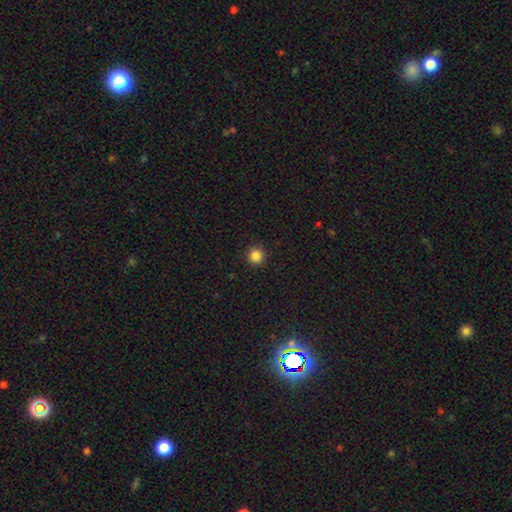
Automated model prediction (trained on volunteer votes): Smooth or featured? smooth (85%)
How rounded? round (95%)
Merging? none (92%)